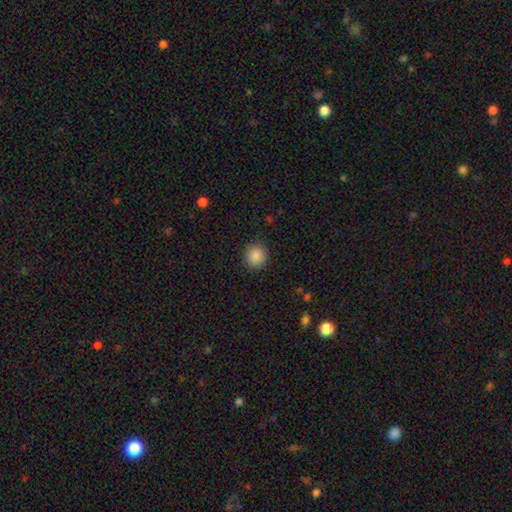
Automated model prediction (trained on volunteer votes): Smooth or featured? Predicted: smooth (p=0.87). How rounded? Predicted: round (p=0.92). Merging? Predicted: none (p=0.90).